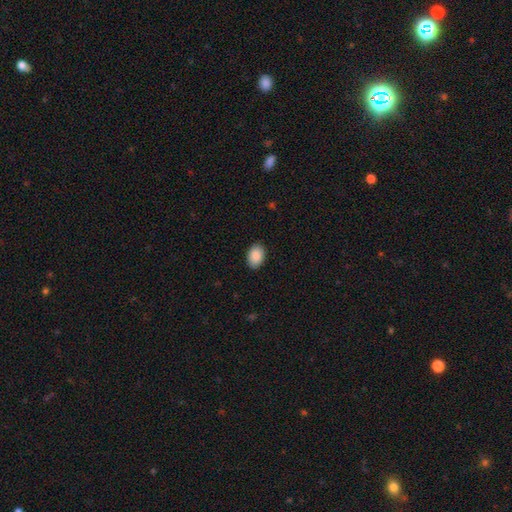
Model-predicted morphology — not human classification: smooth_or_featured: smooth (p=0.89) [alt: star or artifact p=0.07]
how_rounded: in between (p=0.85) [alt: round p=0.14]
merging: none (p=0.89) [alt: minor disturbance p=0.08]